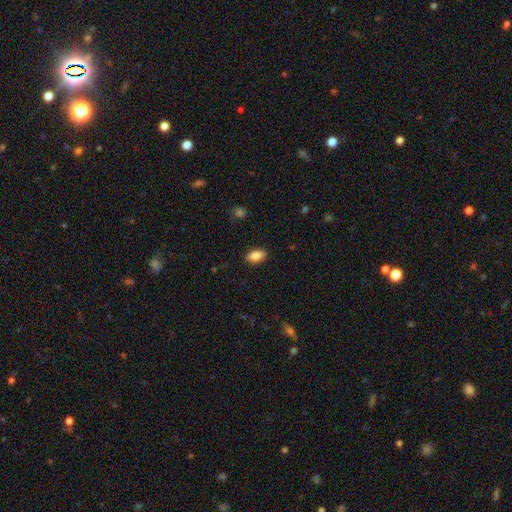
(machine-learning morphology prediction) type=smooth (87%); roundness=in between (91%); merging=none (88%).